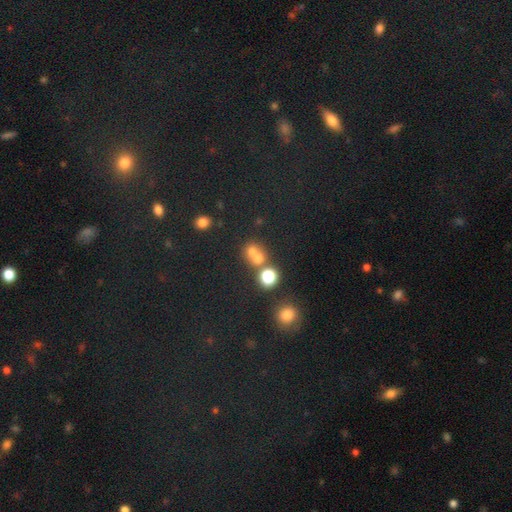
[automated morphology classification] A smooth galaxy with no disk features (64%) that is round (82%).

Vote fractions:
- Smooth or featured? smooth: 64% / star or artifact: 22% / featured or disk: 14%
- How rounded? round: 82% / in between: 17% / cigar-shaped: 1%
- Merging? merger: 49% / none: 41% / minor disturbance: 6% / major disturbance: 3%